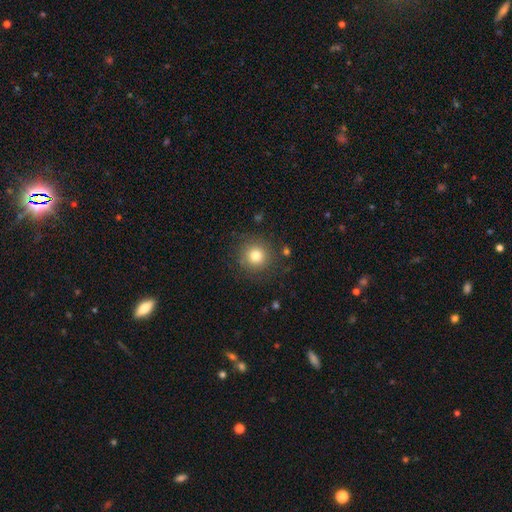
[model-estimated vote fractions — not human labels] Smooth or featured?
  - smooth: 79% *
  - star or artifact: 12%
  - featured or disk: 8%
How rounded?
  - round: 94% *
  - in between: 5%
  - cigar-shaped: 1%
Merging?
  - none: 86% *
  - minor disturbance: 8%
  - major disturbance: 3%
  - merger: 2%